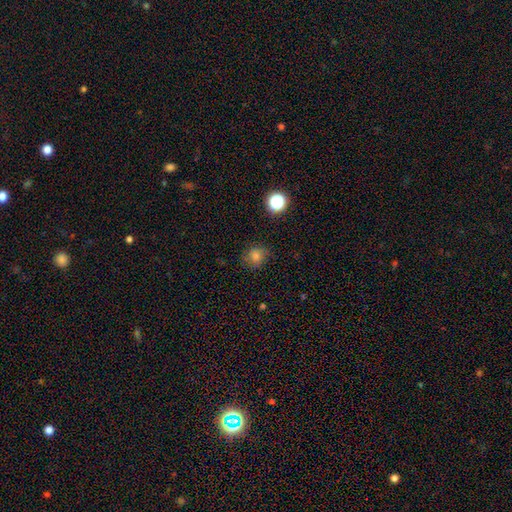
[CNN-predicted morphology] smooth_or_featured: smooth (p=0.72) [alt: star or artifact p=0.17]
how_rounded: round (p=0.84) [alt: in between p=0.15]
merging: none (p=0.78) [alt: minor disturbance p=0.16]